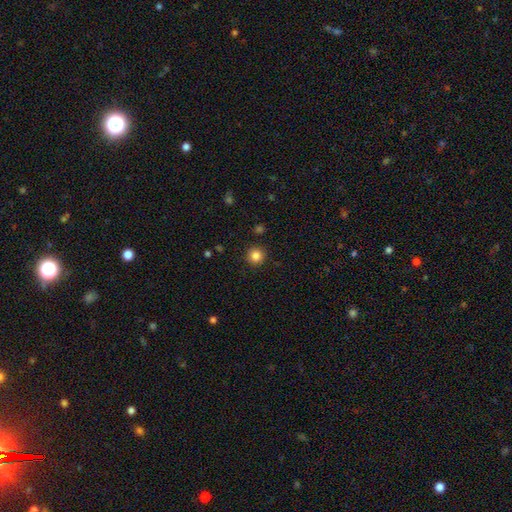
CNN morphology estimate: This is clearly a smooth galaxy (84%). How rounded: clearly round (94%). Merging: clearly none (91%).